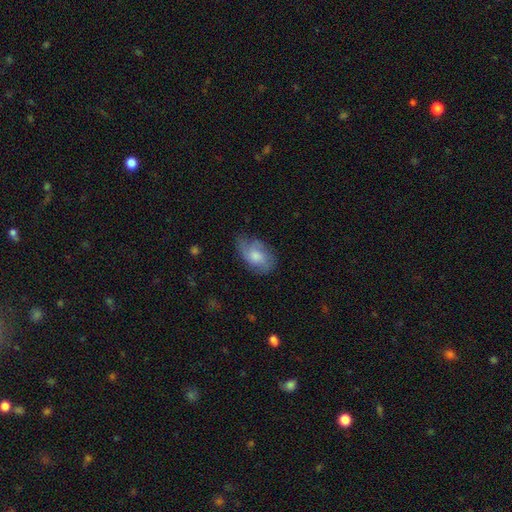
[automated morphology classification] This is possibly a smooth galaxy (59%). How rounded: clearly in between (88%). Merging: possibly none (57%).